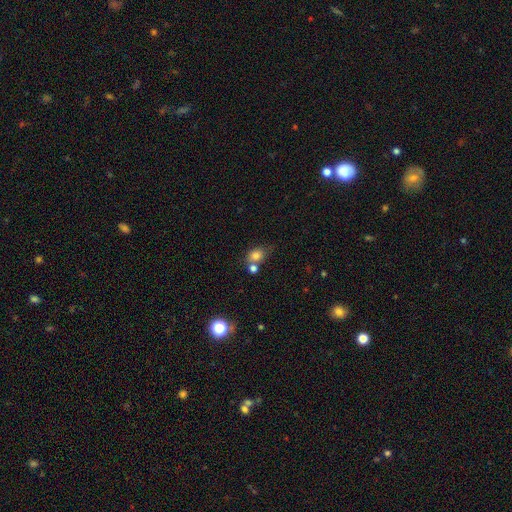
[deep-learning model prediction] Smooth or featured? Predicted: smooth (p=0.79). How rounded? Predicted: in between (p=0.54). Merging? Predicted: none (p=0.50).